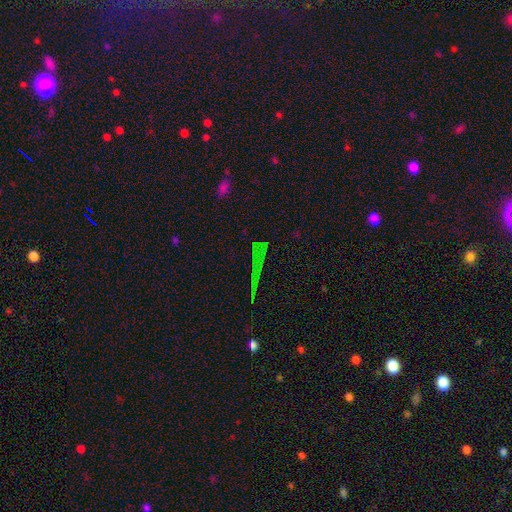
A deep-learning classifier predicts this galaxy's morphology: smooth_or_featured: star or artifact (p=0.71) [alt: smooth p=0.18]